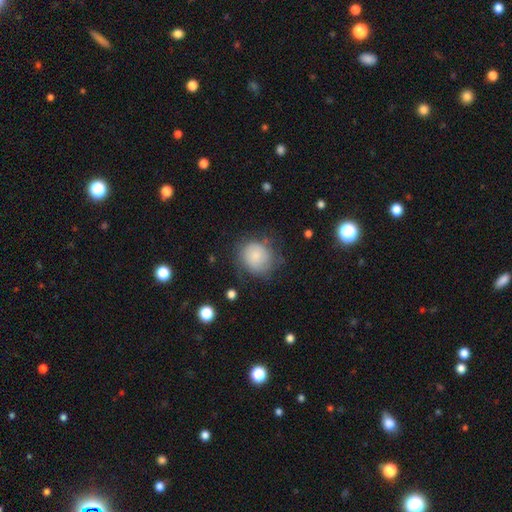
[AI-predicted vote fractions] smooth-or-featured: smooth: 72% | featured or disk: 20% | star or artifact: 8%
  how-rounded: round: 81% | in between: 18% | cigar-shaped: 1%
  merging: none: 58% | minor disturbance: 26% | major disturbance: 14% | merger: 2%